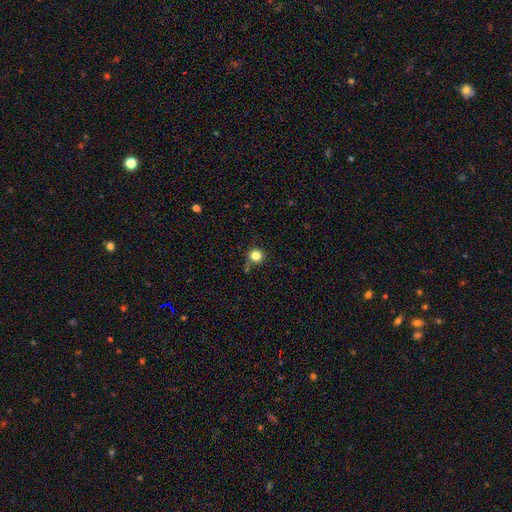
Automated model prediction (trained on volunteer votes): A smooth galaxy with no disk features (82%) that is round (95%).

Vote fractions:
- Smooth or featured? smooth: 82% / star or artifact: 12% / featured or disk: 6%
- How rounded? round: 95% / in between: 5% / cigar-shaped: 1%
- Merging? none: 77% / minor disturbance: 12% / merger: 7% / major disturbance: 4%